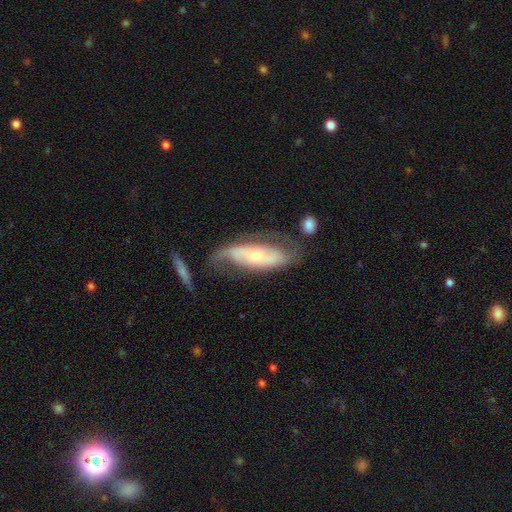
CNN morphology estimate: Smooth or featured?
  - featured or disk: 71% *
  - smooth: 23%
  - star or artifact: 6%
Edge-on disk?
  - no: 87% *
  - yes: 13%
Bar?
  - no: 57% *
  - weak: 28%
  - strong: 14%
Spiral arms?
  - yes: 87% *
  - no: 13%
Spiral winding?
  - loose: 45% *
  - medium: 36%
  - tight: 20%
Spiral arm count?
  - 2: 73% *
  - can't tell: 14%
  - 1: 10%
  - 3: 2%
  - 4: 1%
  - more than 4: 1%
Bulge size?
  - moderate: 48% *
  - small: 44%
  - large: 5%
  - none: 2%
  - dominant: 1%
Merging?
  - none: 47% *
  - minor disturbance: 25%
  - major disturbance: 20%
  - merger: 7%